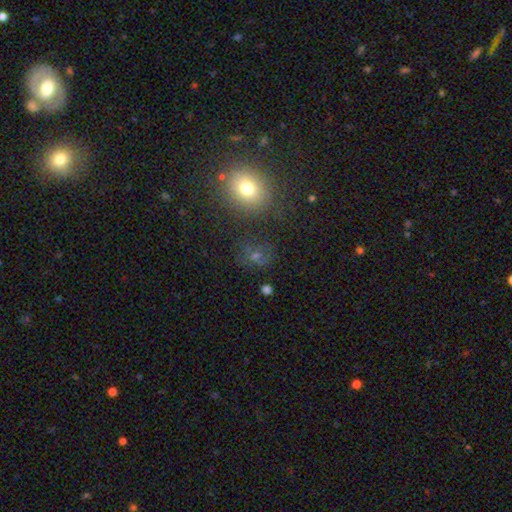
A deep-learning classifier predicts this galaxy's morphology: This appears to be a smooth galaxy with no disk features (55%) that is round (66%). Merging: none (67%).